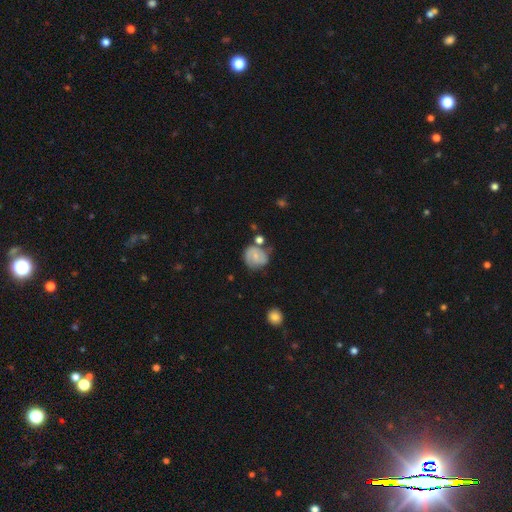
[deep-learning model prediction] This appears to be a featured or disk galaxy (52%) with no bar (58%), spiral arms (83%) and a small central bulge (60%). Merging: none (58%).